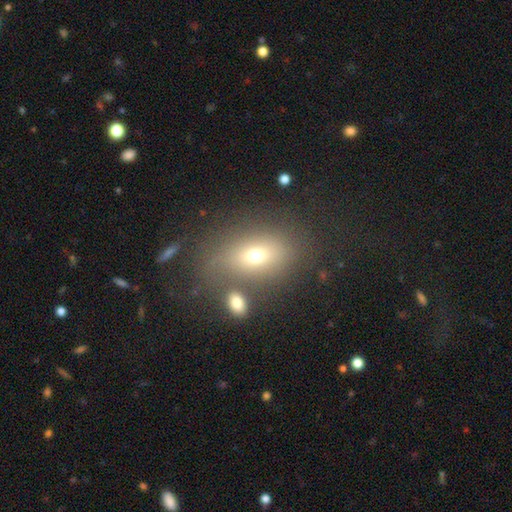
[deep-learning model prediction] Smooth or featured: smooth — 64% (featured or disk — 21%)
How rounded: in between — 74% (round — 23%)
Merging: none — 64% (minor disturbance — 14%)